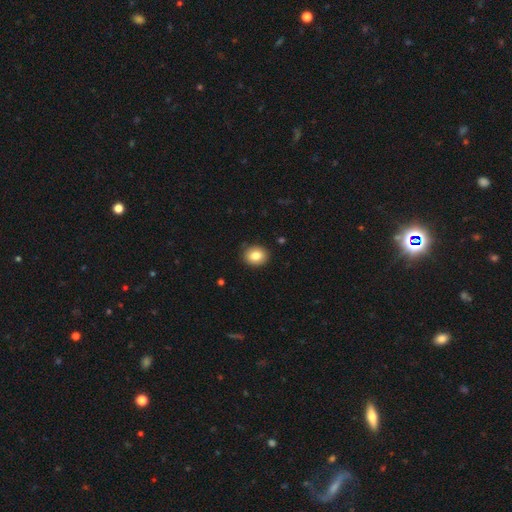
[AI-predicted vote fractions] Morphology: type=smooth (83%); roundness=round (66%); merging=none (88%).